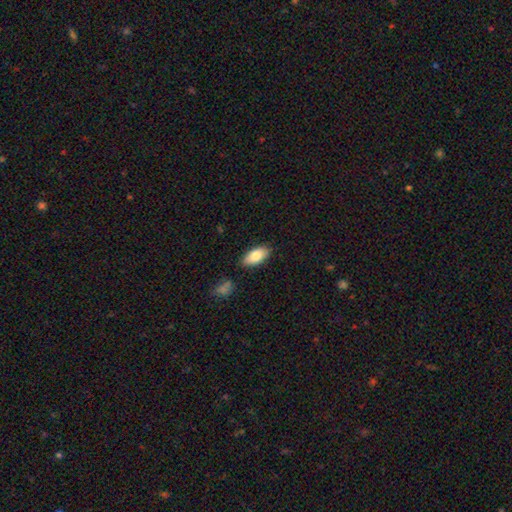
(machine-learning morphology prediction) Smooth or featured?
  - smooth: 84% *
  - featured or disk: 10%
  - star or artifact: 6%
How rounded?
  - in between: 92% *
  - cigar-shaped: 6%
  - round: 2%
Merging?
  - none: 85% *
  - minor disturbance: 11%
  - merger: 2%
  - major disturbance: 2%